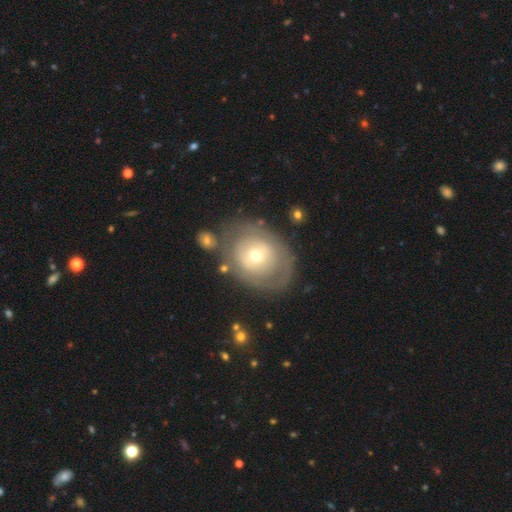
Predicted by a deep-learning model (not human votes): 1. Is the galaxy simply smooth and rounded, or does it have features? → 51% featured or disk, 42% smooth, 7% star or artifact.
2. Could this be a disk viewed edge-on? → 94% no, 6% yes.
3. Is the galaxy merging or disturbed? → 67% none, 17% minor disturbance, 10% major disturbance, 6% merger.